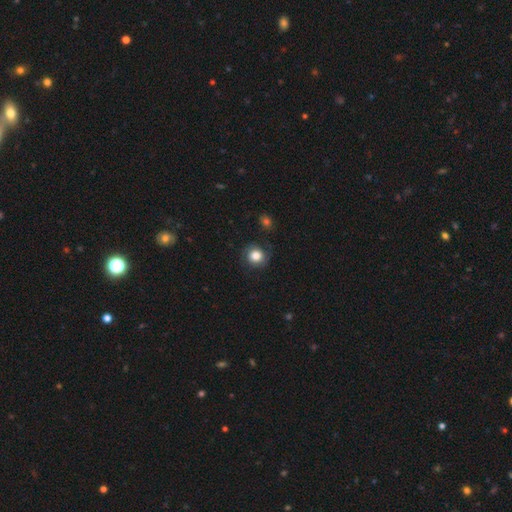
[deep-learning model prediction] This appears to be a smooth galaxy with no disk features (78%) that is round (86%). Merging: none (78%).